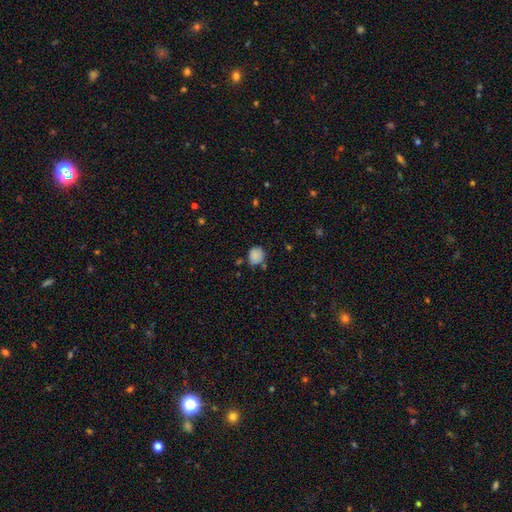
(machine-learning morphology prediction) Smooth or featured: smooth — 85% (star or artifact — 9%)
How rounded: round — 73% (in between — 26%)
Merging: none — 68% (minor disturbance — 22%)